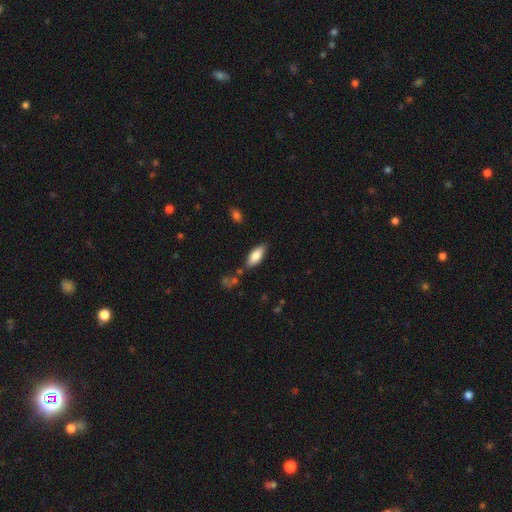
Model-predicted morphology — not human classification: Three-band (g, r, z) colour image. It shows a smooth galaxy with no disk features (81%) that is in between round and cigar-shaped (80%). Merging: none (80%).